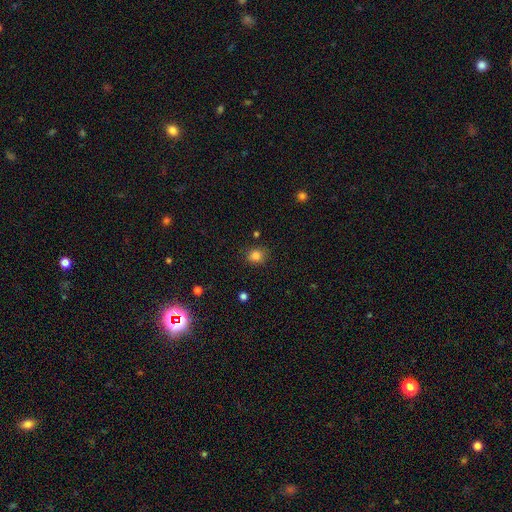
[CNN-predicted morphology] A smooth galaxy with no disk features (83%) that is round (68%). Merging: none (81%).